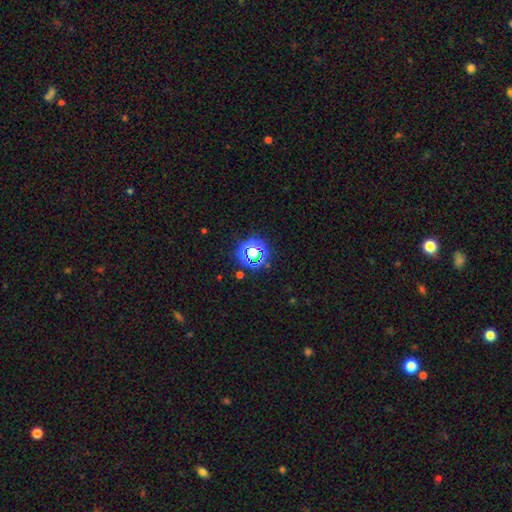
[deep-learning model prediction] star or artifact 58%, smooth 32%, featured or disk 10%.